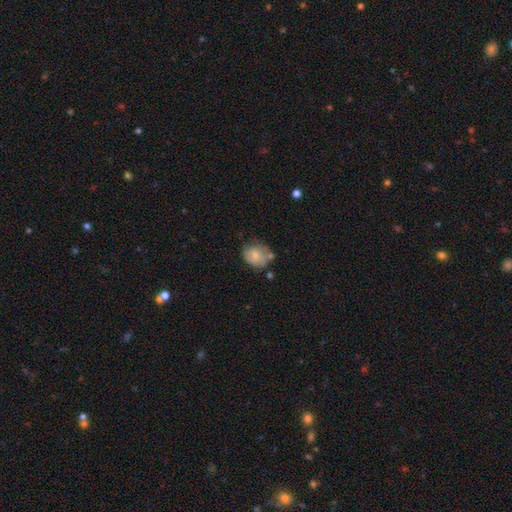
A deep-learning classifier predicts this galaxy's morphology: Smooth or featured? Predicted: smooth (p=0.67). How rounded? Predicted: in between (p=0.53). Merging? Predicted: none (p=0.46).